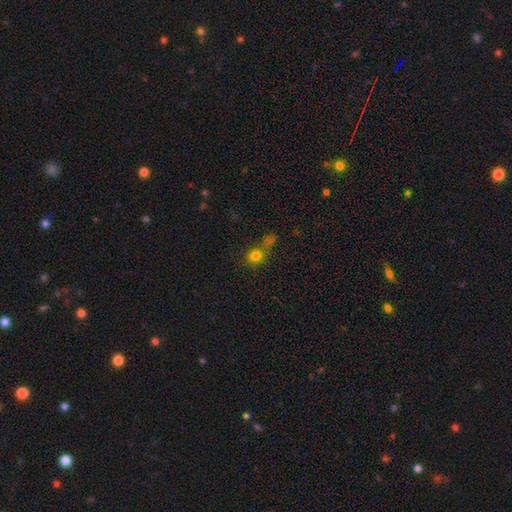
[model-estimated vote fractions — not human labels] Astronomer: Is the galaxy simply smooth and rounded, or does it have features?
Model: smooth — 75%.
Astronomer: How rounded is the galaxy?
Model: round — 79%.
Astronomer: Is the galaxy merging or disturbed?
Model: none — 46% (runner-up: merger, 40%).